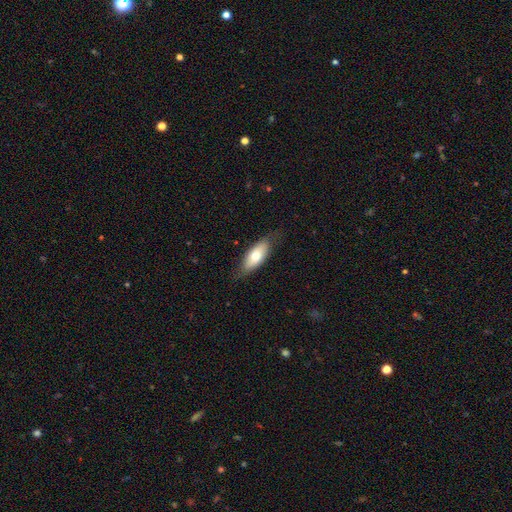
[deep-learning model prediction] Smooth or featured?
  - smooth: 65% *
  - featured or disk: 29%
  - star or artifact: 6%
How rounded?
  - in between: 79% *
  - cigar-shaped: 19%
  - round: 2%
Merging?
  - none: 76% *
  - minor disturbance: 18%
  - major disturbance: 4%
  - merger: 1%